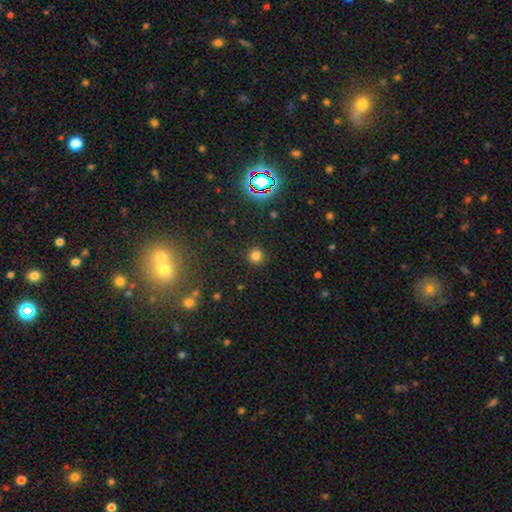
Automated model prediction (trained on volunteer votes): The model was most divided on "smooth or featured": smooth: 78%, star or artifact: 17%, featured or disk: 5%. More confident: how rounded — round (94%); merging — none (90%).